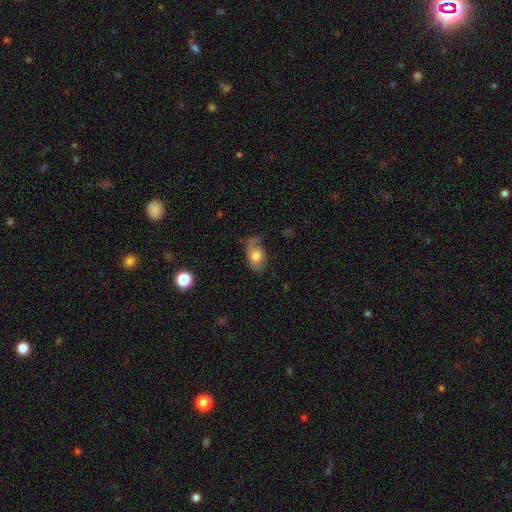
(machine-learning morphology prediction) Smooth or featured? Predicted: smooth (p=0.59). How rounded? Predicted: in between (p=0.86). Merging? Predicted: none (p=0.51).